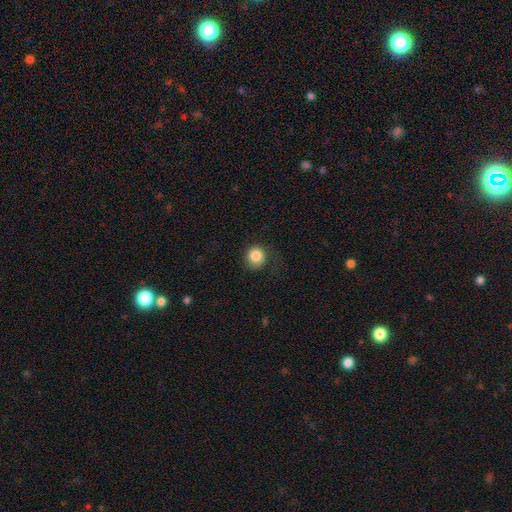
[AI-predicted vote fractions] A smooth galaxy with no disk features (83%) that is round (88%).

Vote fractions:
- Smooth or featured? smooth: 83% / star or artifact: 10% / featured or disk: 7%
- How rounded? round: 88% / in between: 11% / cigar-shaped: 1%
- Merging? none: 72% / minor disturbance: 18% / major disturbance: 10% / merger: 1%